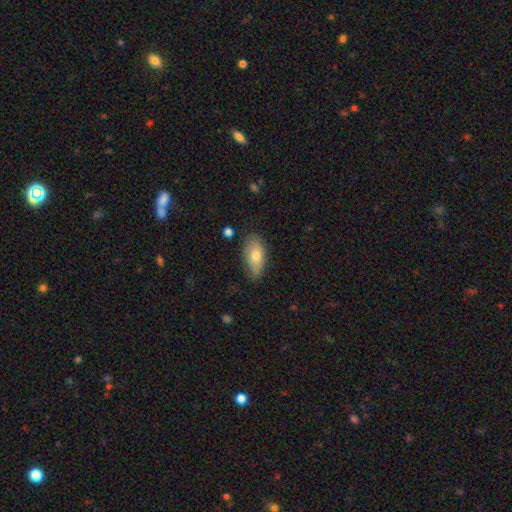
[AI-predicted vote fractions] smooth_or_featured: smooth (p=0.72) [alt: featured or disk p=0.21]
how_rounded: in between (p=0.90) [alt: cigar-shaped p=0.05]
merging: none (p=0.72) [alt: minor disturbance p=0.23]